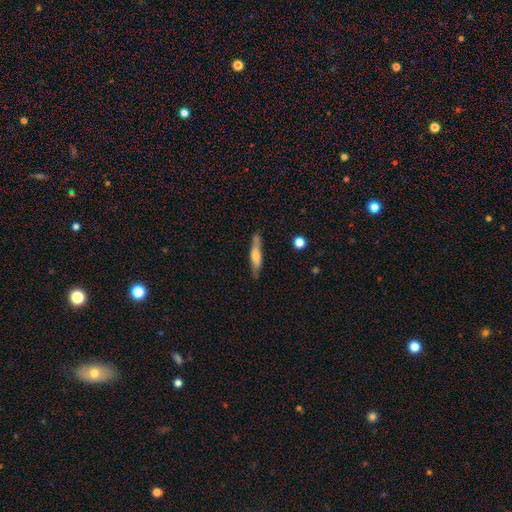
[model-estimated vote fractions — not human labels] Smooth or featured?
  - smooth: 54% *
  - featured or disk: 40%
  - star or artifact: 6%
How rounded?
  - cigar-shaped: 84% *
  - in between: 14%
  - round: 2%
Merging?
  - none: 76% *
  - minor disturbance: 18%
  - major disturbance: 4%
  - merger: 2%